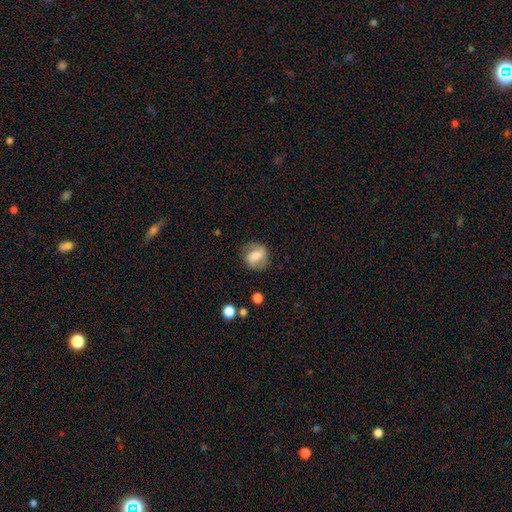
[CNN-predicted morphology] Smooth or featured: featured or disk — 46% (smooth — 45%)
Merging: none — 75% (minor disturbance — 16%)